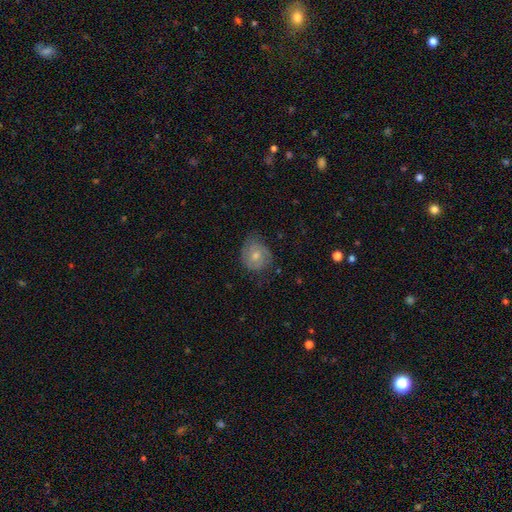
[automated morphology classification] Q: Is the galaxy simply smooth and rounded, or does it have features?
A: smooth — 47%.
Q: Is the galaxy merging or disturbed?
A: none — 62%.